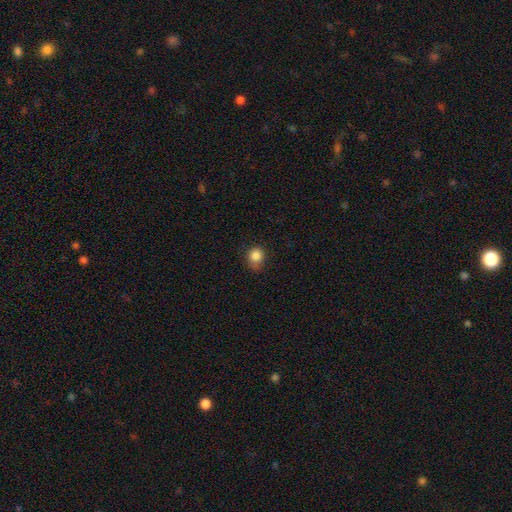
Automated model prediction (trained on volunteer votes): Q: Smooth or featured?
A: smooth (85%); runner-up: star or artifact (11%)
Q: How rounded?
A: round (77%); runner-up: in between (22%)
Q: Merging?
A: none (67%); runner-up: minor disturbance (26%)